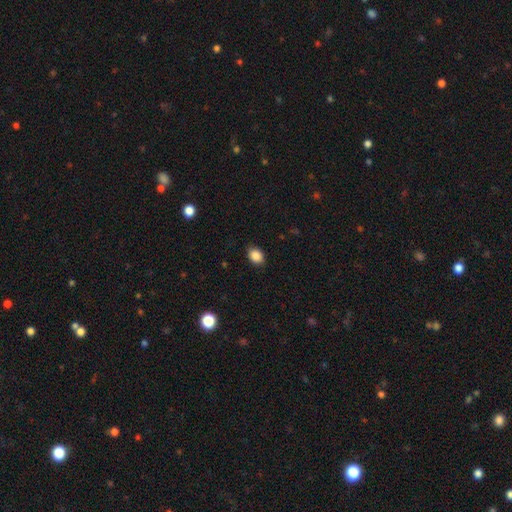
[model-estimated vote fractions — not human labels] A smooth galaxy with no disk features (88%) that is in between round and cigar-shaped (66%).

Vote fractions:
- Smooth or featured? smooth: 88% / star or artifact: 9% / featured or disk: 4%
- How rounded? in between: 66% / round: 33% / cigar-shaped: 1%
- Merging? none: 86% / minor disturbance: 10% / major disturbance: 2% / merger: 1%